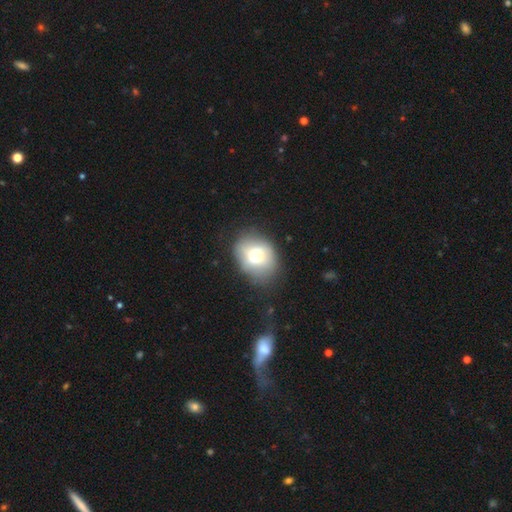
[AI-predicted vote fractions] Q: Smooth or featured?
A: smooth (69%); runner-up: featured or disk (22%)
Q: How rounded?
A: in between (54%); runner-up: round (45%)
Q: Merging?
A: none (75%); runner-up: minor disturbance (17%)